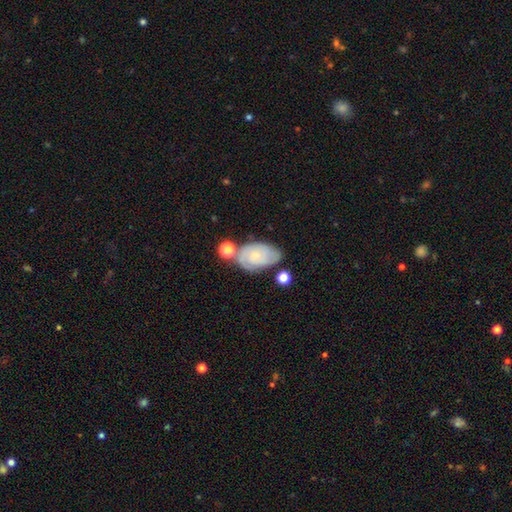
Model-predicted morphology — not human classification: smooth_or_featured: featured or disk (p=0.60) [alt: smooth p=0.32]
disk_edge_on: no (p=0.95) [alt: yes p=0.05]
bar: no (p=0.78) [alt: weak p=0.19]
has_spiral_arms: yes (p=0.85) [alt: no p=0.15]
bulge_size: small (p=0.72) [alt: moderate p=0.18]
merging: none (p=0.55) [alt: minor disturbance p=0.24]